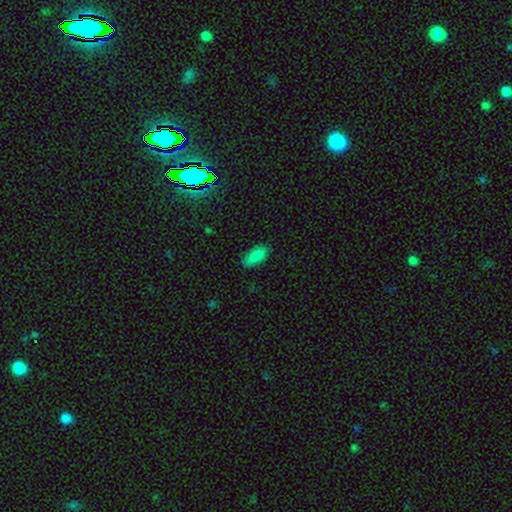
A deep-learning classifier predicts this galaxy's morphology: Smooth or featured? Predicted: smooth (p=0.87). How rounded? Predicted: in between (p=0.91). Merging? Predicted: none (p=0.85).